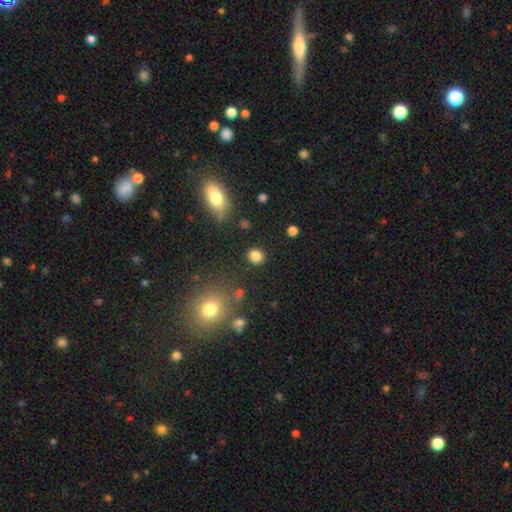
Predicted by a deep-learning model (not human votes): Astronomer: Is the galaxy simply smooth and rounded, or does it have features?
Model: smooth — 83%.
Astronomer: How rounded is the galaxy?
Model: round — 81%.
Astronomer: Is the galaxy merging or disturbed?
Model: none — 87%.